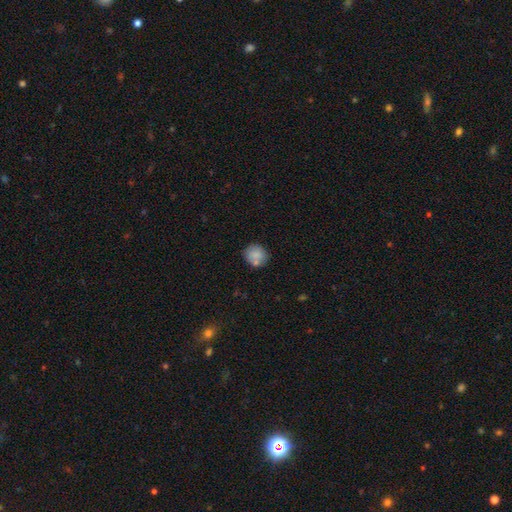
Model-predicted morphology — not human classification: smooth-or-featured: smooth: 81% | featured or disk: 10% | star or artifact: 8%
  how-rounded: round: 84% | in between: 15% | cigar-shaped: 1%
  merging: none: 68% | merger: 15% | minor disturbance: 13% | major disturbance: 4%